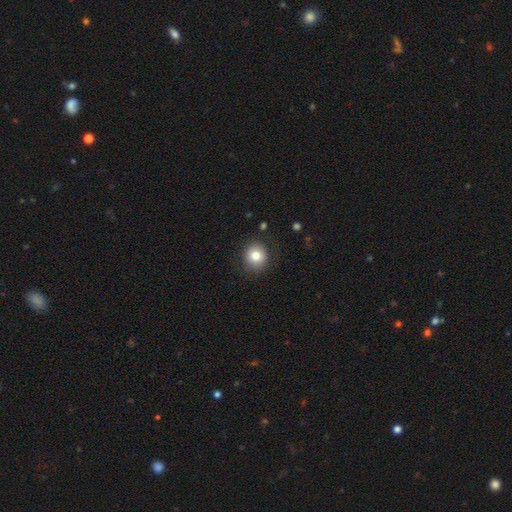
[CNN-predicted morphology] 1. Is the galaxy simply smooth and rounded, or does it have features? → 80% smooth, 10% star or artifact, 10% featured or disk.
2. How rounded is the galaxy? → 84% round, 15% in between, 1% cigar-shaped.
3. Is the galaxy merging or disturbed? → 85% none, 10% minor disturbance, 3% major disturbance, 1% merger.